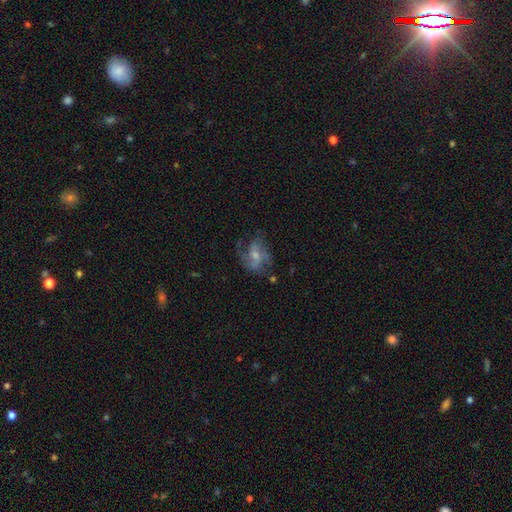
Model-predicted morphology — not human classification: The model was most divided on "bulge size": moderate: 42%, small: 41%, none: 11%, large: 5%, dominant: 1%. Remaining: edge-on disk — no (97%); spiral arms — yes (83%); smooth or featured — featured or disk (68%); merging — none (52%); bar — no (51%); spiral winding — medium (45%); spiral arm count — 2 (41%).